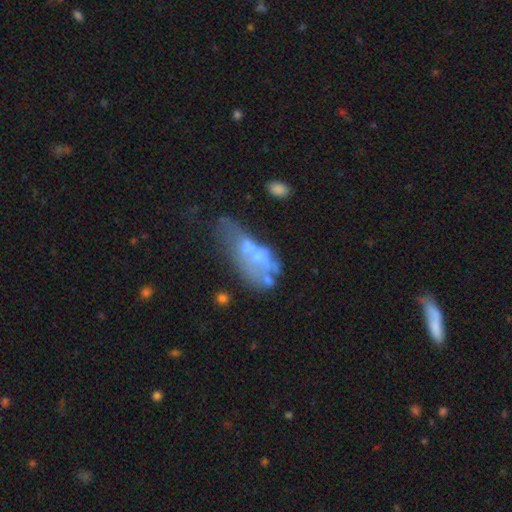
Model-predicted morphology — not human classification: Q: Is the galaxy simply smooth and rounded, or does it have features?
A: featured or disk — 52%.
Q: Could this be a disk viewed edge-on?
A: no — 93%.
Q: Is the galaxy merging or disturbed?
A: merger — 32%.